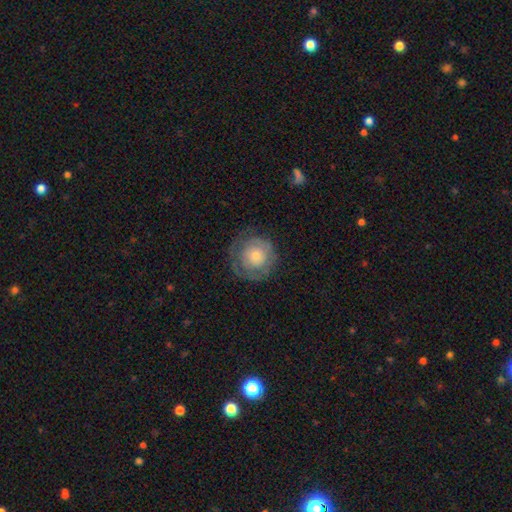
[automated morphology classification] This is possibly a smooth galaxy (52%). How rounded: clearly round (92%). Merging: likely none (73%).